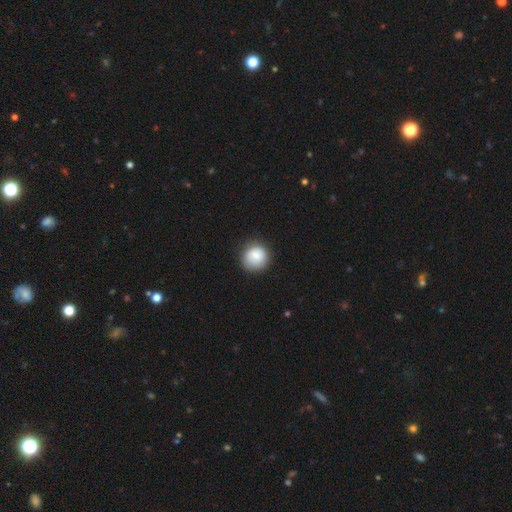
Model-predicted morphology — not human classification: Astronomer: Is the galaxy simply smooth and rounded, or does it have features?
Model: smooth — 82%.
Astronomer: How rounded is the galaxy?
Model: round — 90%.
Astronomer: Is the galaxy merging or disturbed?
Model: none — 82%.